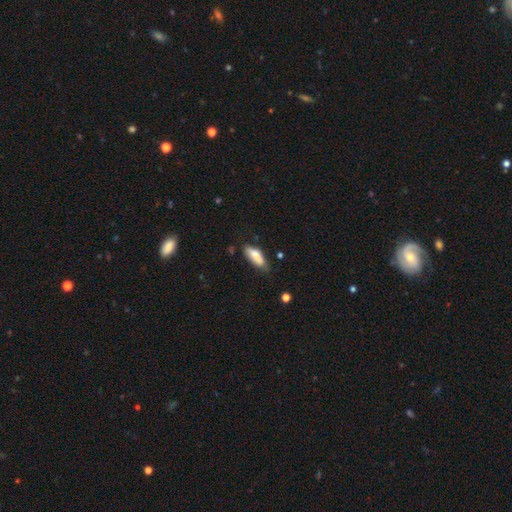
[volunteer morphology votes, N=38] smooth_or_featured: smooth (p=0.79) [alt: featured or disk p=0.16]
how_rounded: in between (p=0.80) [alt: cigar-shaped p=0.20]
merging: none (p=0.53) [alt: minor disturbance p=0.33]